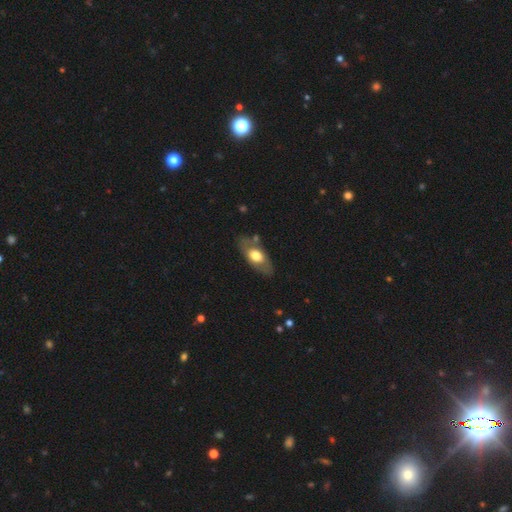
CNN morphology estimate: A smooth galaxy with no disk features (56%) that is in between round and cigar-shaped (88%).

Vote fractions:
- Smooth or featured? smooth: 56% / featured or disk: 38% / star or artifact: 6%
- How rounded? in between: 88% / cigar-shaped: 7% / round: 5%
- Merging? none: 73% / minor disturbance: 18% / major disturbance: 5% / merger: 3%